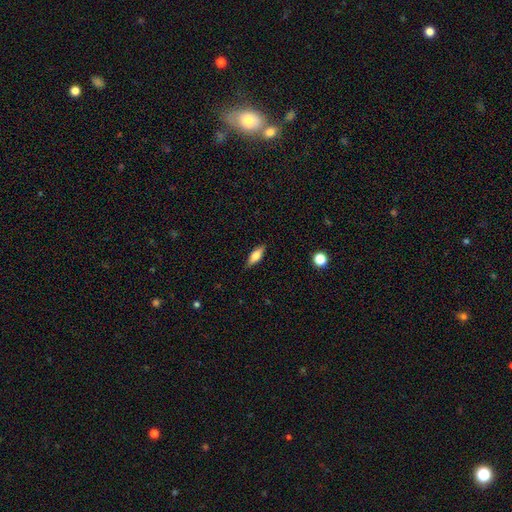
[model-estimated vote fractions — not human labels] Smooth or featured: smooth — 69% (featured or disk — 23%)
How rounded: in between — 63% (cigar-shaped — 34%)
Merging: none — 86% (minor disturbance — 11%)